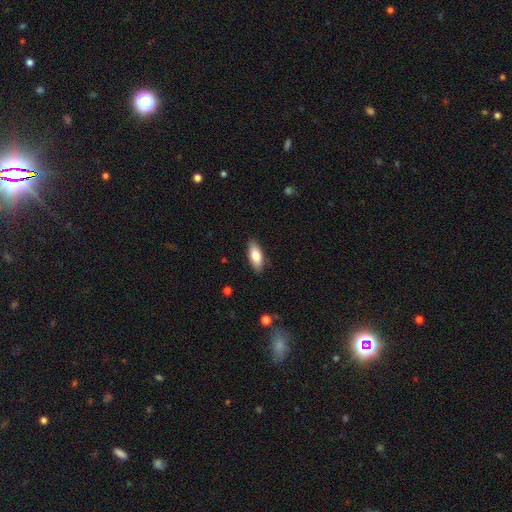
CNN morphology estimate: Smooth or featured?
  - smooth: 80% *
  - featured or disk: 14%
  - star or artifact: 6%
How rounded?
  - in between: 79% *
  - cigar-shaped: 19%
  - round: 2%
Merging?
  - none: 86% *
  - minor disturbance: 11%
  - major disturbance: 2%
  - merger: 1%